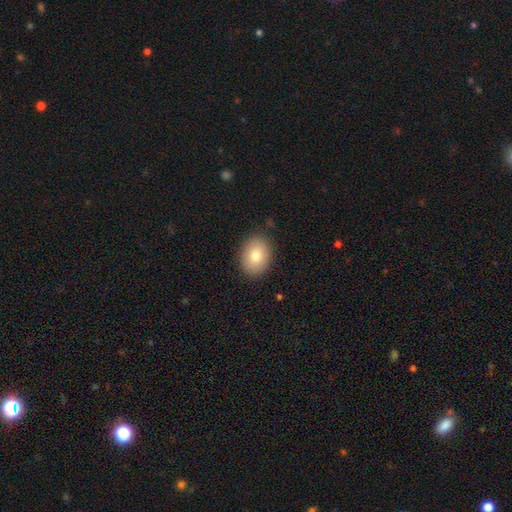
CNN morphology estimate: The model was most divided on "how rounded": in between: 71%, round: 28%, cigar-shaped: 1%. More confident: merging — none (86%); smooth or featured — smooth (82%).